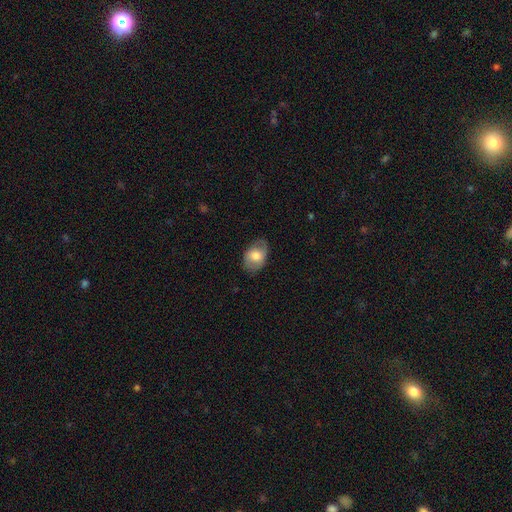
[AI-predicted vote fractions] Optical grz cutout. It shows a smooth galaxy with no disk features (57%) that is in between round and cigar-shaped (80%). Merging: none (73%).